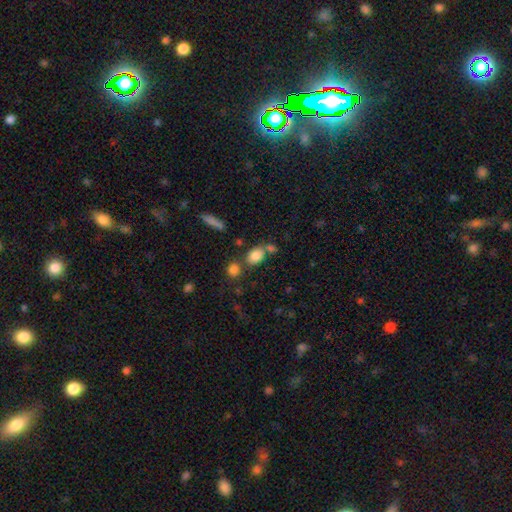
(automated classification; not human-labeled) Smooth or featured: smooth — 83% (star or artifact — 10%)
How rounded: in between — 72% (round — 26%)
Merging: none — 58% (merger — 24%)